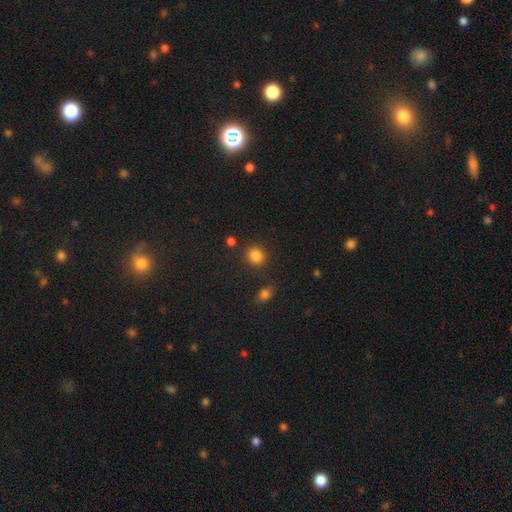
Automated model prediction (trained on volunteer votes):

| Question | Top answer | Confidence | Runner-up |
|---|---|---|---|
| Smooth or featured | smooth | 85% | star or artifact (11%) |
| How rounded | round | 80% | in between (19%) |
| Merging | none | 83% | minor disturbance (8%) |